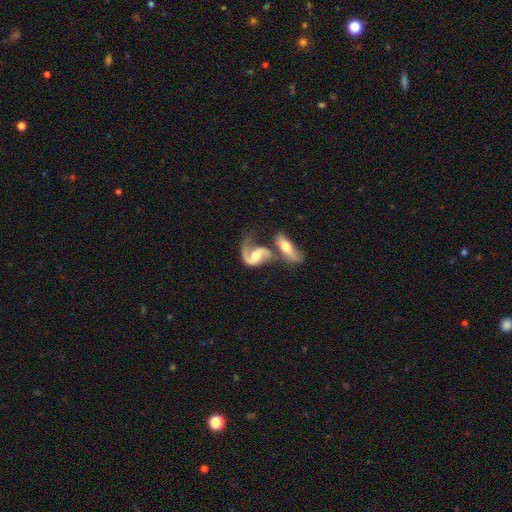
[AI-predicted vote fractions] This appears to be a featured or disk galaxy (82%) with a weak bar (43%), 2 (74%) loose (52%) spiral arms (94%) and a moderate central bulge (64%). Merging: merger (60%).